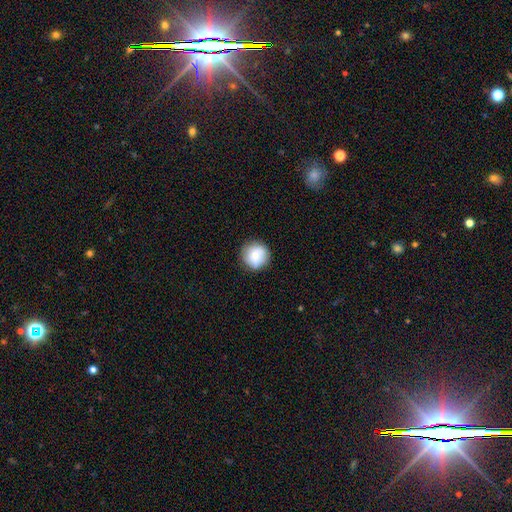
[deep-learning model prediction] Smooth or featured? Predicted: smooth (p=0.76). How rounded? Predicted: round (p=0.94). Merging? Predicted: none (p=0.86).